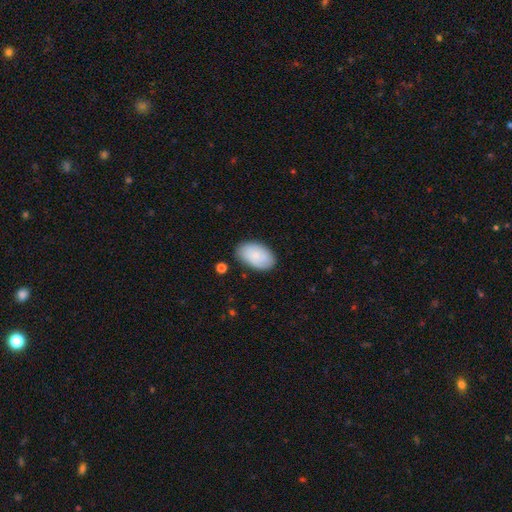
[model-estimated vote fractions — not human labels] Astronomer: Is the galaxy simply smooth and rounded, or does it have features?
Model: smooth — 78%.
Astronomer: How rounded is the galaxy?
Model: in between — 94%.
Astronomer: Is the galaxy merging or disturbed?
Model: none — 82%.